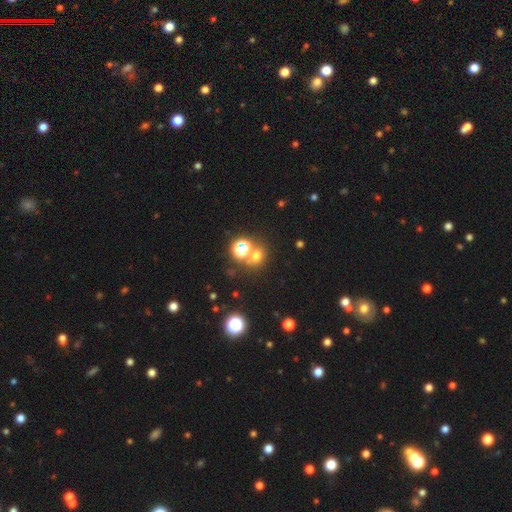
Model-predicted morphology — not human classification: type=smooth (57%); roundness=round (72%); merging=none (66%).